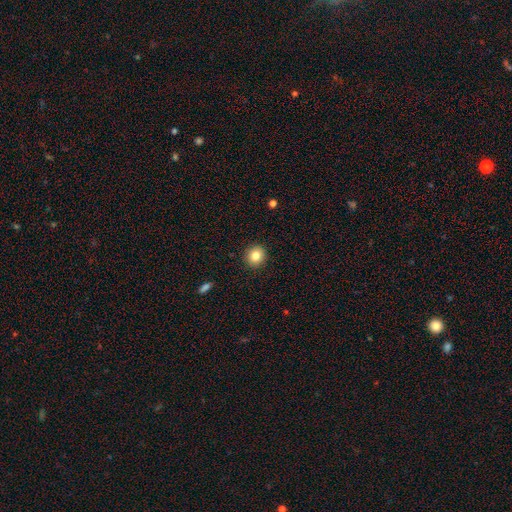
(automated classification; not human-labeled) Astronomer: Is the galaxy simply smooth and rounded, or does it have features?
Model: smooth — 83%.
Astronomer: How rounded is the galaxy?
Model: round — 89%.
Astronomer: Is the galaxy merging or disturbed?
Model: none — 92%.